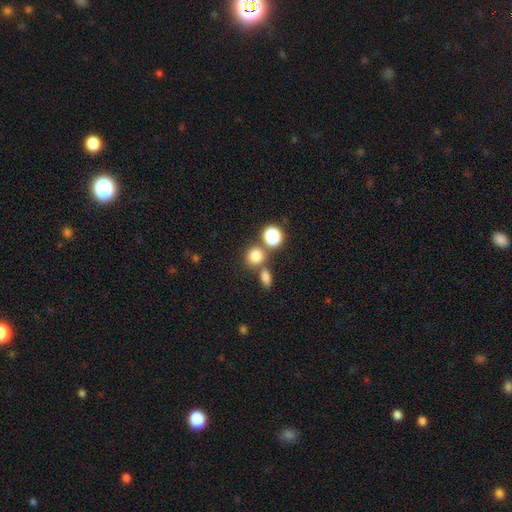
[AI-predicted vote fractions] Smooth or featured: smooth — 77% (star or artifact — 16%)
How rounded: round — 79% (in between — 20%)
Merging: none — 62% (merger — 25%)